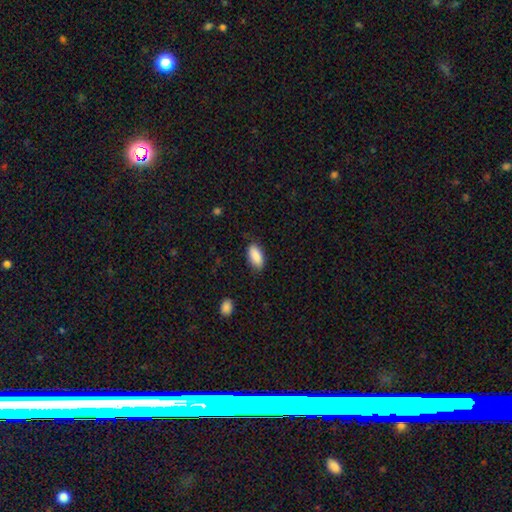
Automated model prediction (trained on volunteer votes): Overall: smooth (89%). How rounded: in between (91%). Merging: none (81%).